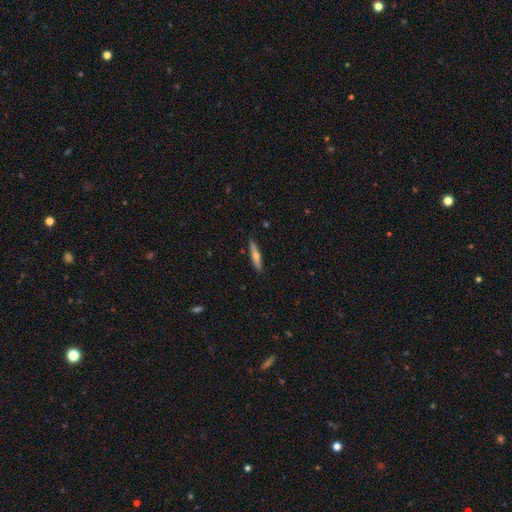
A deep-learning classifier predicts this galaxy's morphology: This appears to be a smooth galaxy with no disk features (54%) that is cigar-shaped (86%). Merging: none (89%).